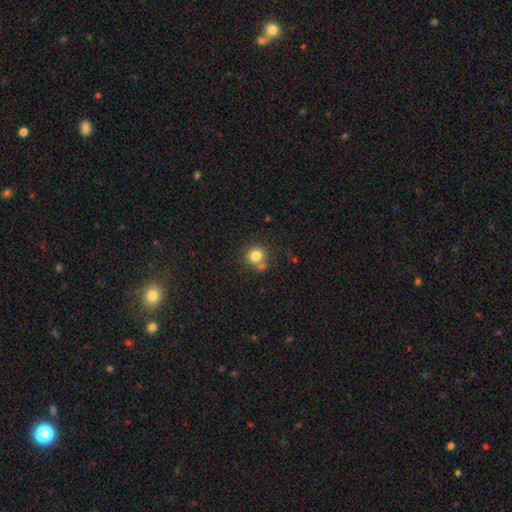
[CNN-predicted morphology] Smooth or featured? Predicted: smooth (p=0.80). How rounded? Predicted: round (p=0.89). Merging? Predicted: none (p=0.63).